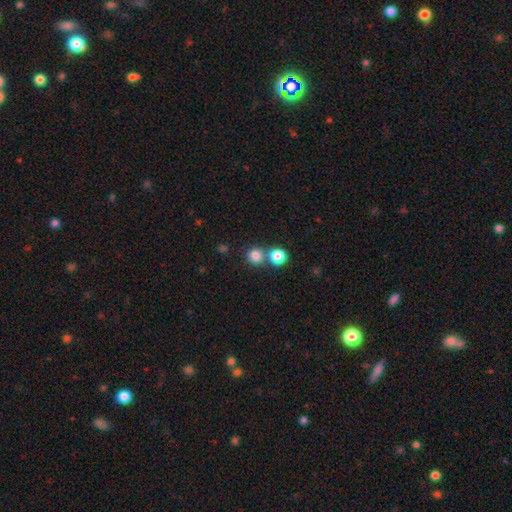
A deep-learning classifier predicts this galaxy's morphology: A smooth galaxy with no disk features (83%) that is round (90%).

Vote fractions:
- Smooth or featured? smooth: 83% / star or artifact: 12% / featured or disk: 5%
- How rounded? round: 90% / in between: 9% / cigar-shaped: 1%
- Merging? none: 63% / merger: 28% / minor disturbance: 6% / major disturbance: 3%